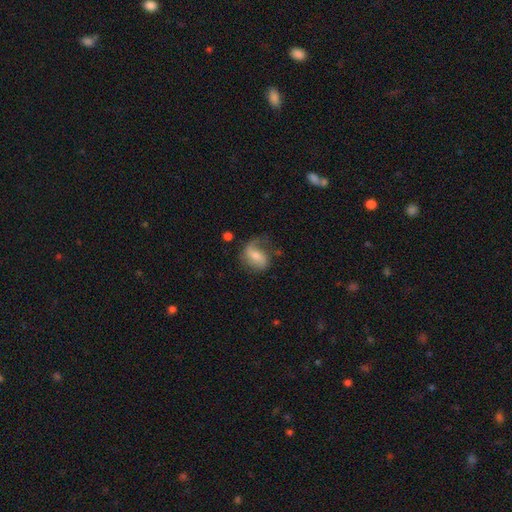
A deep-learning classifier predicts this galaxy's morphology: A featured or disk galaxy (51%). Merging: none (46%).